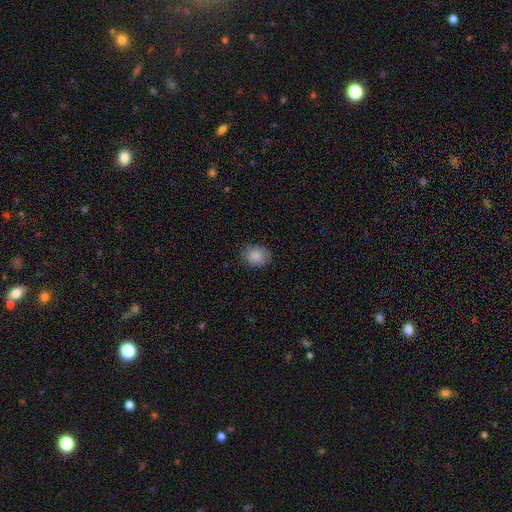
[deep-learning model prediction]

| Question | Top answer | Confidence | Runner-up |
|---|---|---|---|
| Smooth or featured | smooth | 87% | star or artifact (8%) |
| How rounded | in between | 53% | round (46%) |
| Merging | none | 82% | minor disturbance (14%) |